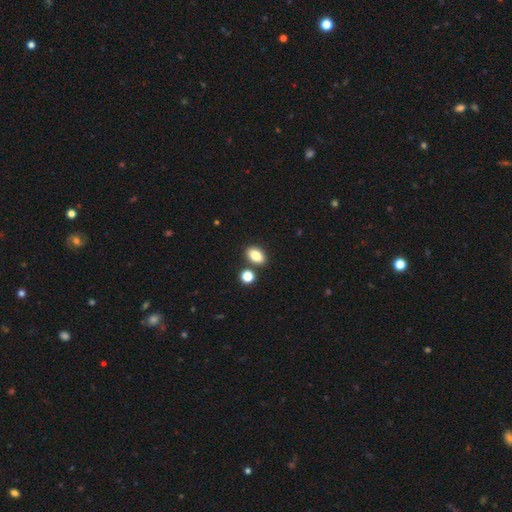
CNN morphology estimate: Overall: smooth (82%). How rounded: in between (85%). Merging: none (78%).